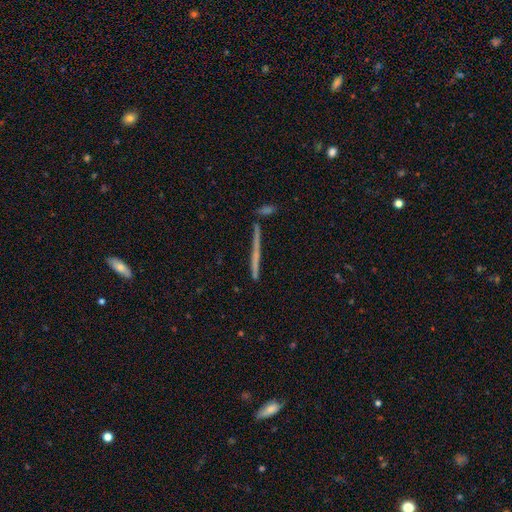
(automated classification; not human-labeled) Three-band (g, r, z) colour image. It shows a featured or disk galaxy (53%) viewed edge-on (97%) with no central bulge (82%). Merging: none (85%).